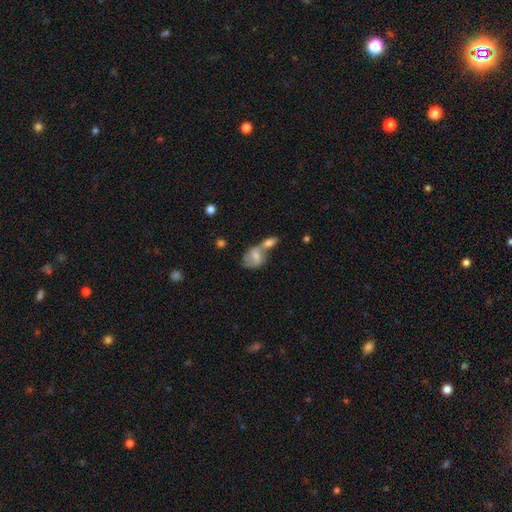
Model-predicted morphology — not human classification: Smooth or featured? smooth (59%)
How rounded? in between (67%)
Merging? merger (64%)